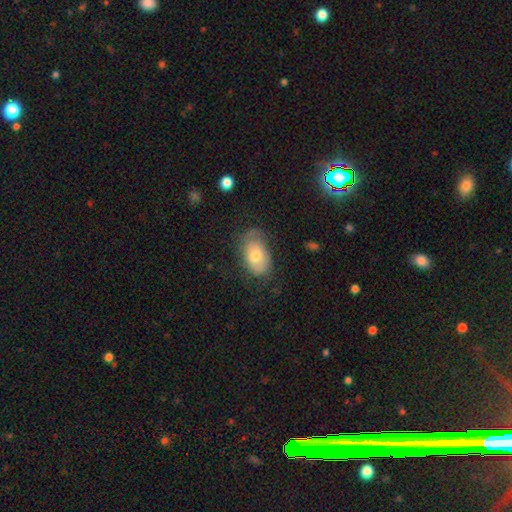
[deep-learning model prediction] This appears to be a smooth galaxy with no disk features (67%) that is in between round and cigar-shaped (90%). Merging: none (56%).